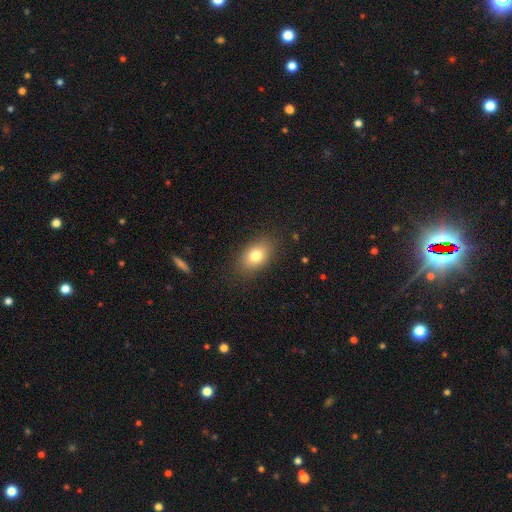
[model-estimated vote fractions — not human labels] Smooth or featured? smooth (78%)
How rounded? in between (81%)
Merging? none (85%)